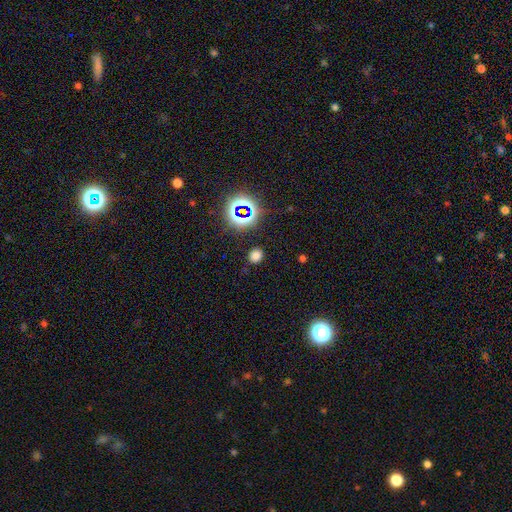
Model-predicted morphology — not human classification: smooth_or_featured: smooth (p=0.69) [alt: star or artifact p=0.26]
how_rounded: round (p=0.66) [alt: in between p=0.32]
merging: none (p=0.87) [alt: minor disturbance p=0.08]